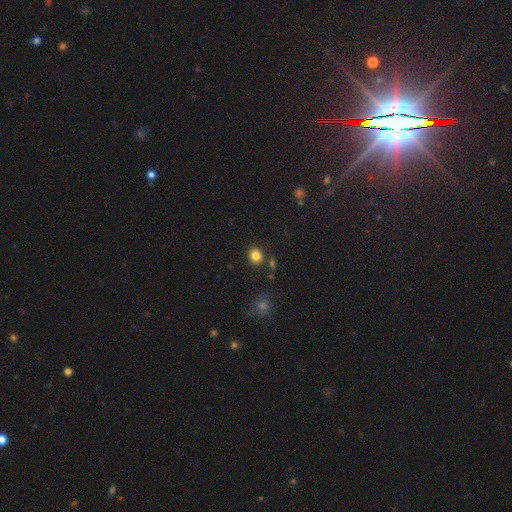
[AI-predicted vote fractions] smooth-or-featured: smooth: 83% | star or artifact: 12% | featured or disk: 5%
  how-rounded: round: 71% | in between: 28% | cigar-shaped: 1%
  merging: none: 83% | minor disturbance: 9% | merger: 6% | major disturbance: 3%